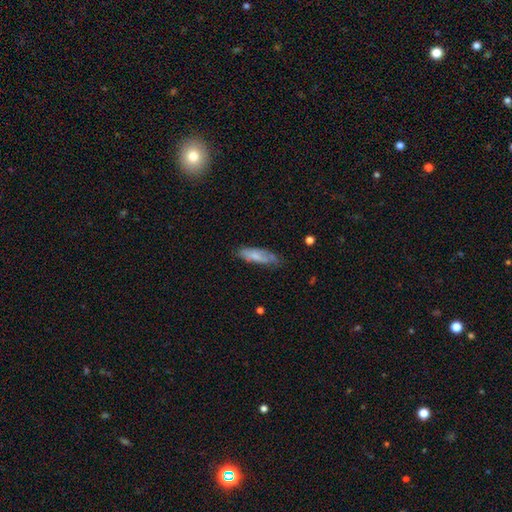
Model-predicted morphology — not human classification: Smooth or featured? Predicted: smooth (p=0.67). How rounded? Predicted: in between (p=0.52). Merging? Predicted: none (p=0.60).